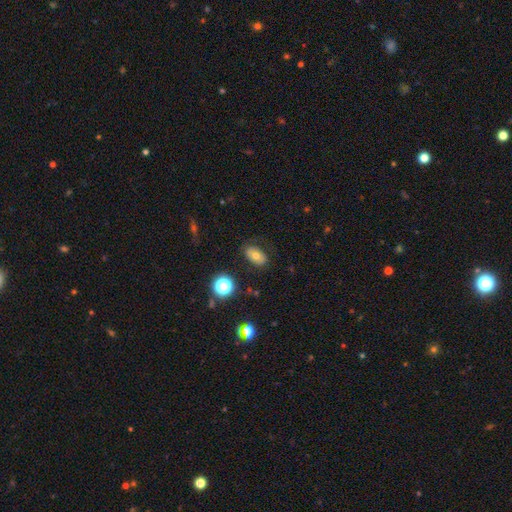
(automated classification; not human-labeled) smooth_or_featured: smooth (p=0.66) [alt: featured or disk p=0.21]
how_rounded: in between (p=0.86) [alt: round p=0.12]
merging: none (p=0.80) [alt: minor disturbance p=0.14]